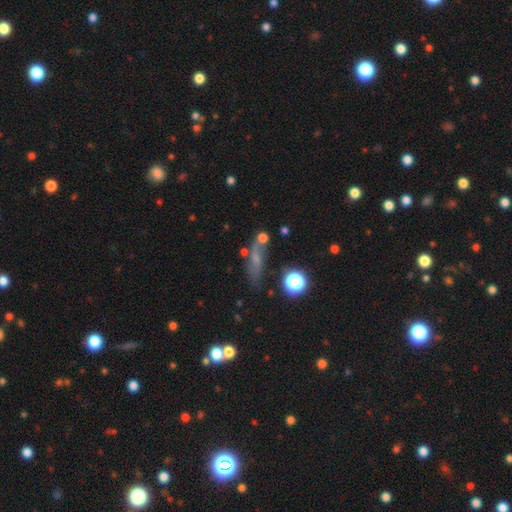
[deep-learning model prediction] Q: Smooth or featured?
A: smooth (44%); runner-up: featured or disk (32%)
Q: Merging?
A: none (58%); runner-up: minor disturbance (19%)